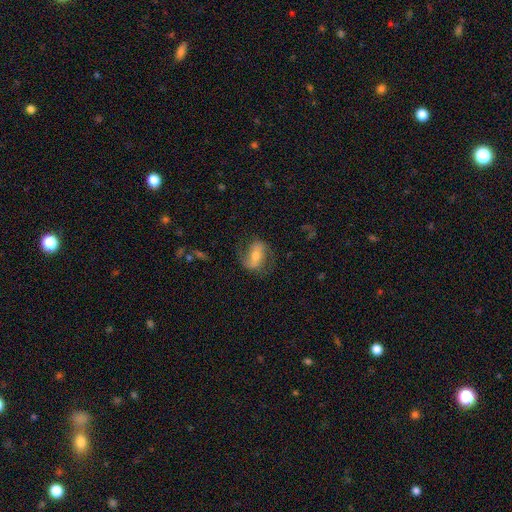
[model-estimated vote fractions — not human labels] Smooth or featured? featured or disk (63%)
Edge-on disk? no (93%)
Bar? strong (42%)
Spiral arms? yes (84%)
Bulge size? moderate (52%)
Merging? none (70%)